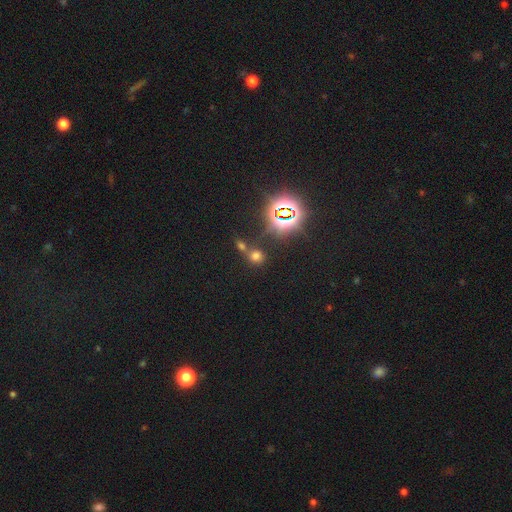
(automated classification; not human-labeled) This appears to be a smooth galaxy with no disk features (53%) that is round (77%). Merging: none (54%).